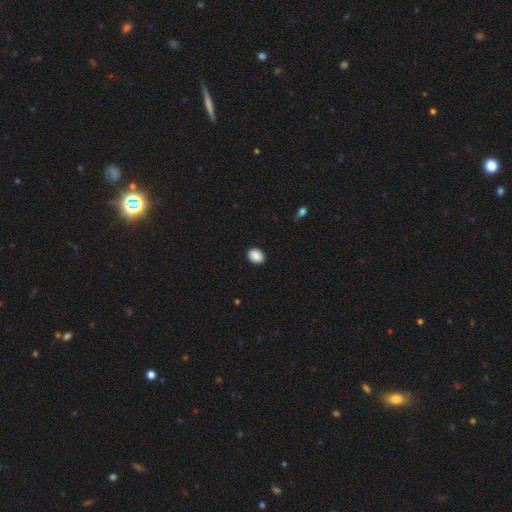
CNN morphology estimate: Smooth or featured? smooth (90%)
How rounded? in between (65%)
Merging? none (91%)